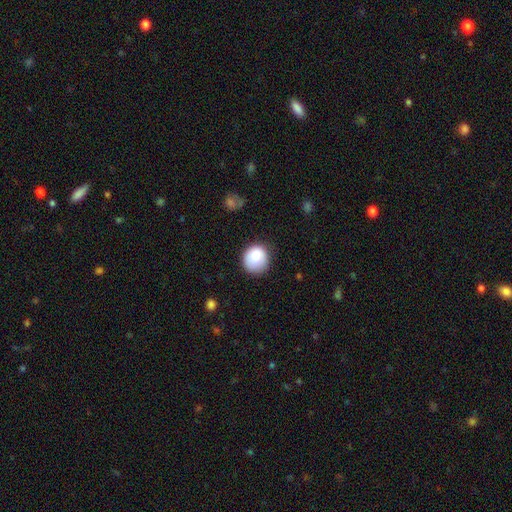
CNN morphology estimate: This appears to be a smooth galaxy with no disk features (80%) that is round (85%). Merging: none (76%).